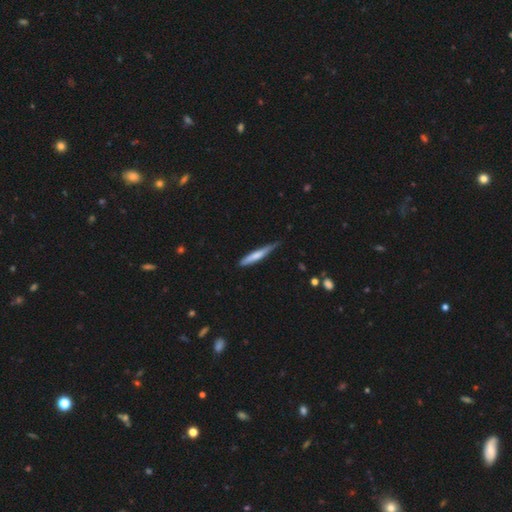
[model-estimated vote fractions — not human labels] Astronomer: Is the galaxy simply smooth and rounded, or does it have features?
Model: smooth — 63%.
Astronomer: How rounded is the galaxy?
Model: cigar-shaped — 93%.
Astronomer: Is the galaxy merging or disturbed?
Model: none — 62%.